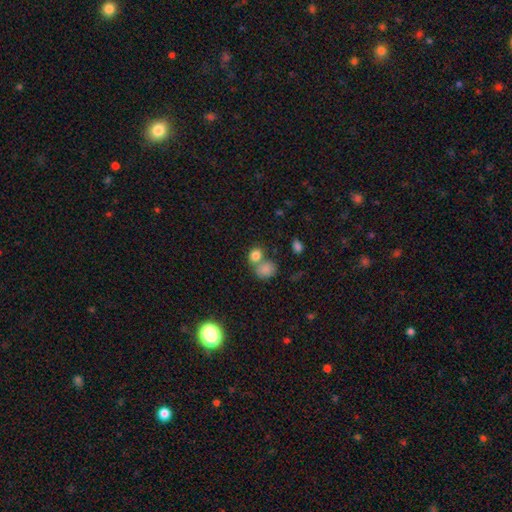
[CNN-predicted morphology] The model was most divided on "merging": merger: 46%, none: 41%, minor disturbance: 9%, major disturbance: 4%. More confident: smooth or featured — smooth (81%); how rounded — round (58%).